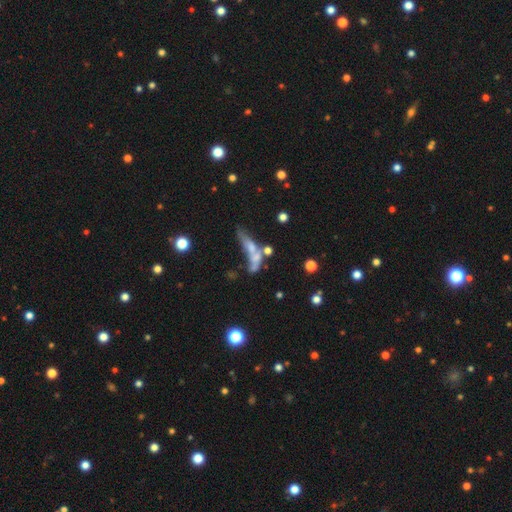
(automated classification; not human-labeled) This is marginally a featured or disk galaxy (44%). Merging: marginally merger (42%).